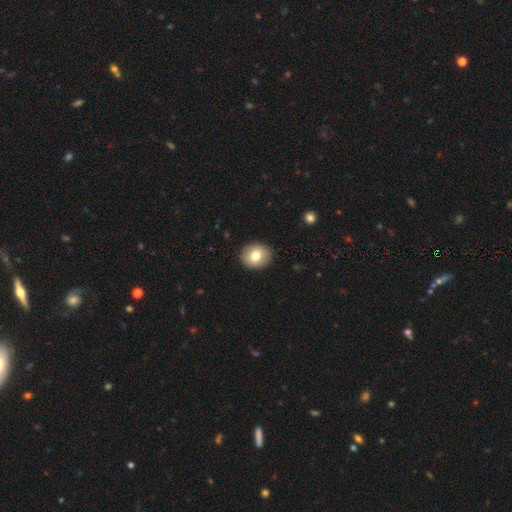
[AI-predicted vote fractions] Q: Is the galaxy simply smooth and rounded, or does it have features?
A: smooth — 77%.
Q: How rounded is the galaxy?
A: round — 76%.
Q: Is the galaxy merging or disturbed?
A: none — 91%.